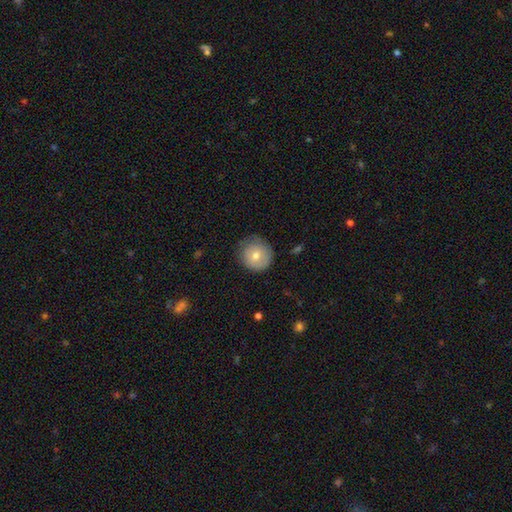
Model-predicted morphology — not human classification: smooth 66%, featured or disk 26%, star or artifact 8%. Down the decision tree: how rounded — round (90%); merging — none (74%).